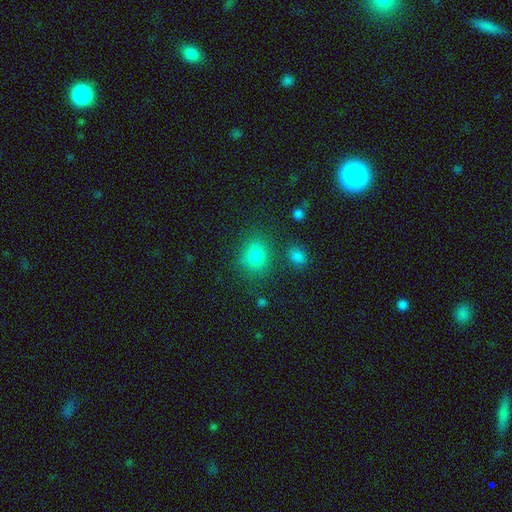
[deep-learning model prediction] A smooth galaxy with no disk features (80%) that is round (64%). Merging: none (75%).